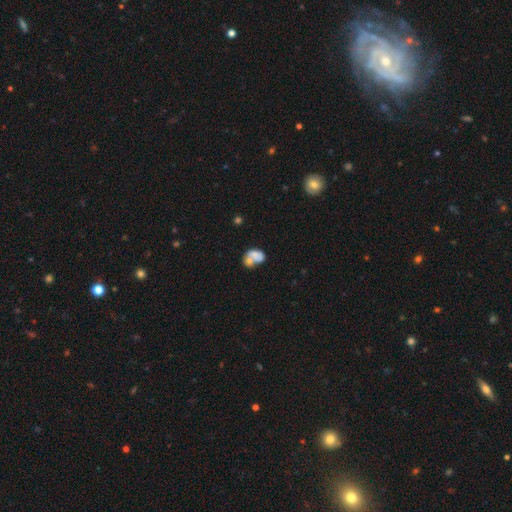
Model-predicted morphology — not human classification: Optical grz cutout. It shows a smooth galaxy with no disk features (58%) that is in between round and cigar-shaped (75%). Merging: merger (57%).